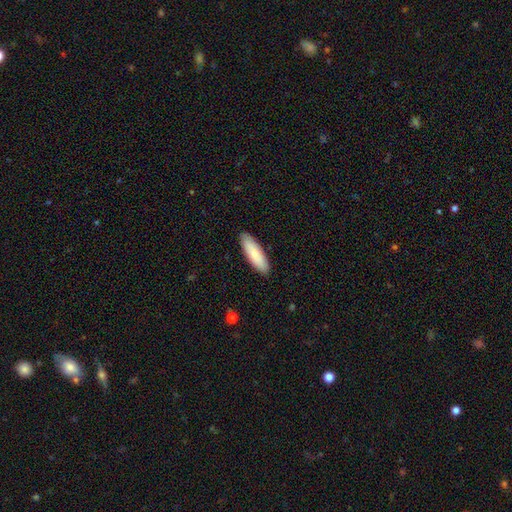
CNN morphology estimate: smooth-or-featured: smooth: 85% | featured or disk: 10% | star or artifact: 5%
  how-rounded: cigar-shaped: 52% | in between: 47% | round: 1%
  merging: none: 89% | minor disturbance: 8% | major disturbance: 1% | merger: 1%